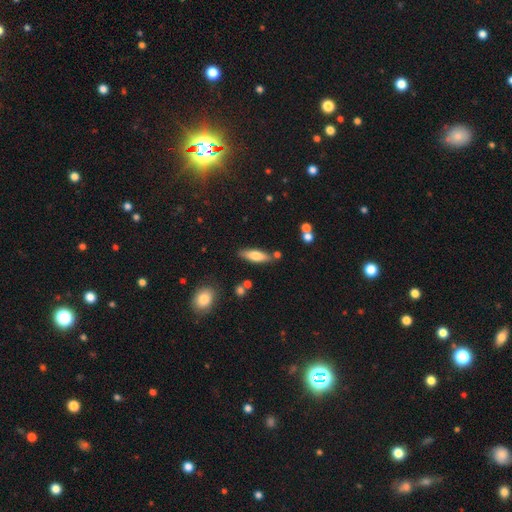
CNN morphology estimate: smooth_or_featured: smooth (p=0.69) [alt: featured or disk p=0.24]
how_rounded: in between (p=0.52) [alt: cigar-shaped p=0.46]
merging: none (p=0.78) [alt: minor disturbance p=0.13]